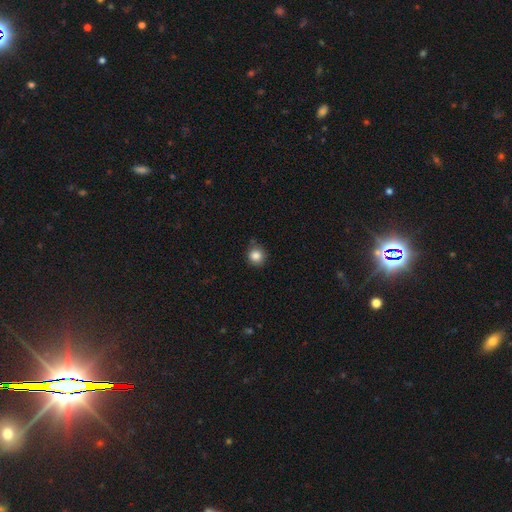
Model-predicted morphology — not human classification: Smooth or featured? Predicted: smooth (p=0.85). How rounded? Predicted: round (p=0.91). Merging? Predicted: none (p=0.82).